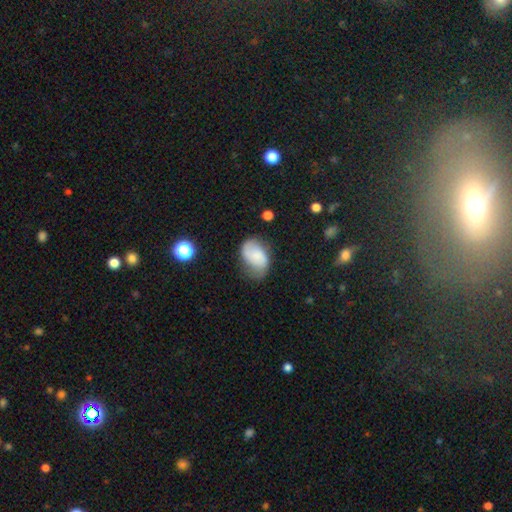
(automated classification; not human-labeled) smooth_or_featured: smooth (p=0.60) [alt: featured or disk p=0.31]
how_rounded: in between (p=0.85) [alt: round p=0.13]
merging: none (p=0.50) [alt: minor disturbance p=0.34]